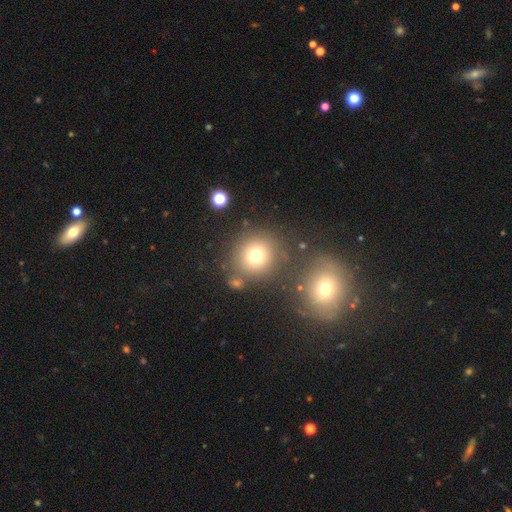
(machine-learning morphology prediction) smooth 75%, star or artifact 15%, featured or disk 11%. Down the decision tree: how rounded — round (90%); merging — none (77%).